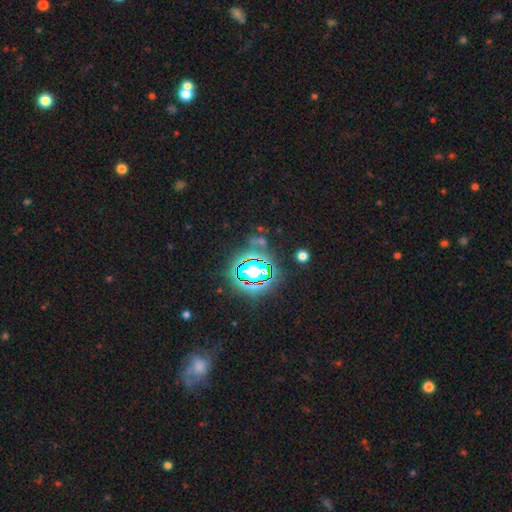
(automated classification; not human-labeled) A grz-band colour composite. It shows a star or artifact, not a galaxy (81%).